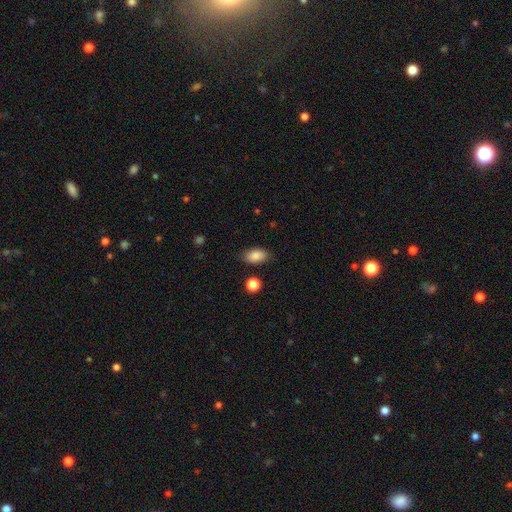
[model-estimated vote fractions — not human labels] smooth 86%, star or artifact 8%, featured or disk 6%. Down the decision tree: how rounded — in between (90%); merging — none (83%).